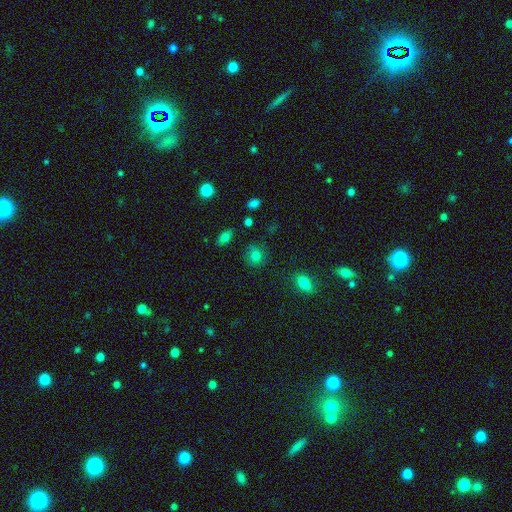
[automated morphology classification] Smooth or featured? smooth (79%)
How rounded? round (83%)
Merging? none (79%)